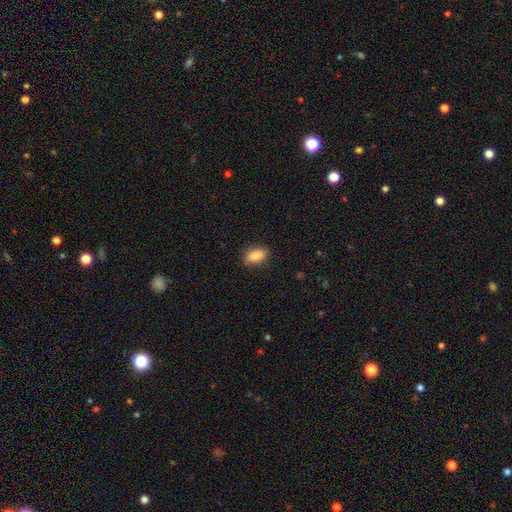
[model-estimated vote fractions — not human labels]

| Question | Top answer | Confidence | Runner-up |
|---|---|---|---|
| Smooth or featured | smooth | 88% | star or artifact (7%) |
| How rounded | in between | 89% | round (6%) |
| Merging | none | 85% | minor disturbance (11%) |